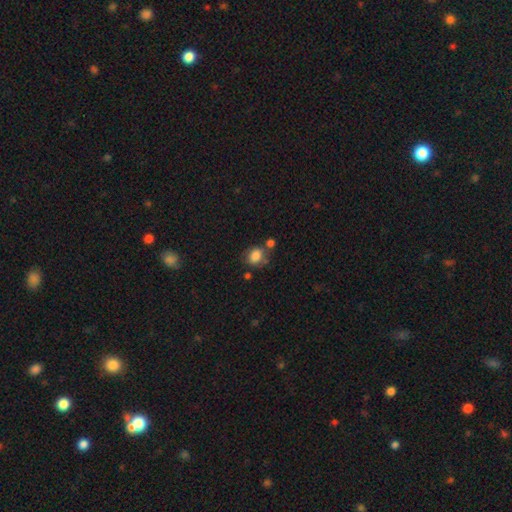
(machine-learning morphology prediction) Q: Smooth or featured?
A: smooth (82%); runner-up: star or artifact (10%)
Q: How rounded?
A: round (52%); runner-up: in between (47%)
Q: Merging?
A: none (56%); runner-up: minor disturbance (19%)